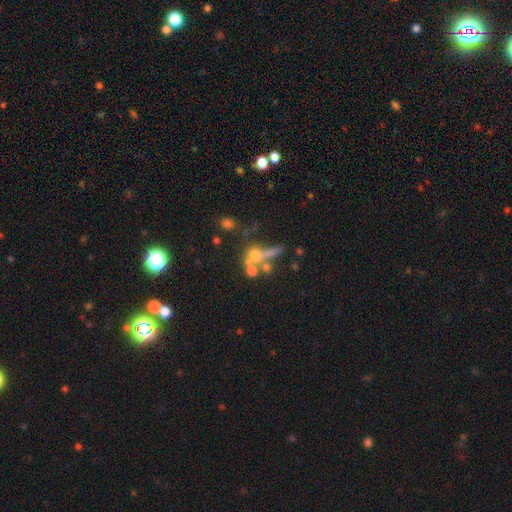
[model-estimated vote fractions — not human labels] Smooth or featured: smooth — 47% (featured or disk — 34%)
Merging: merger — 43% (none — 29%)